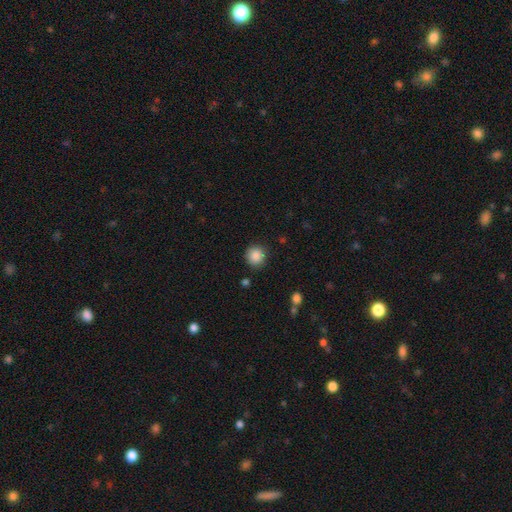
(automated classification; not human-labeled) smooth-or-featured: smooth: 88% | star or artifact: 9% | featured or disk: 3%
  how-rounded: round: 91% | in between: 8% | cigar-shaped: 1%
  merging: none: 87% | minor disturbance: 8% | major disturbance: 3% | merger: 2%